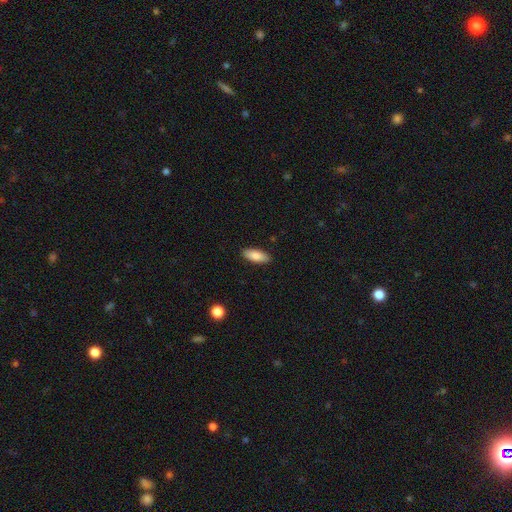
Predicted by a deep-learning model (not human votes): Smooth or featured? Predicted: smooth (p=0.85). How rounded? Predicted: in between (p=0.78). Merging? Predicted: none (p=0.89).